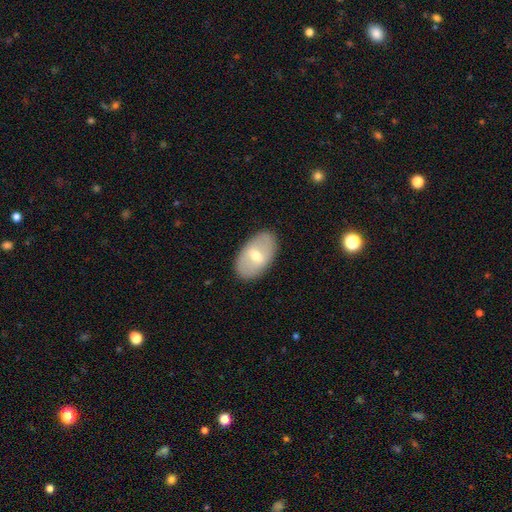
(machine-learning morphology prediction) The model was most divided on "smooth or featured": smooth: 50%, featured or disk: 44%, star or artifact: 6%. More confident: merging — none (86%).